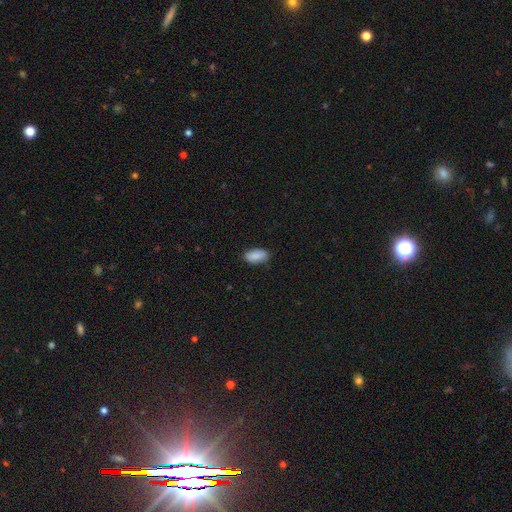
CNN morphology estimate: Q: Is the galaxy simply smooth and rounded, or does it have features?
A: smooth — 88%.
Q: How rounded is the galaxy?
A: in between — 93%.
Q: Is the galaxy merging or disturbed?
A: none — 84%.